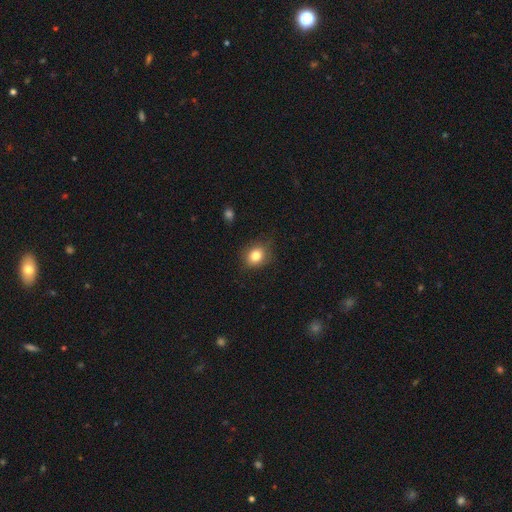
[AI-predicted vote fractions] Smooth or featured?
  - smooth: 82% *
  - star or artifact: 11%
  - featured or disk: 8%
How rounded?
  - round: 64% *
  - in between: 35%
  - cigar-shaped: 1%
Merging?
  - none: 81% *
  - minor disturbance: 15%
  - major disturbance: 3%
  - merger: 1%